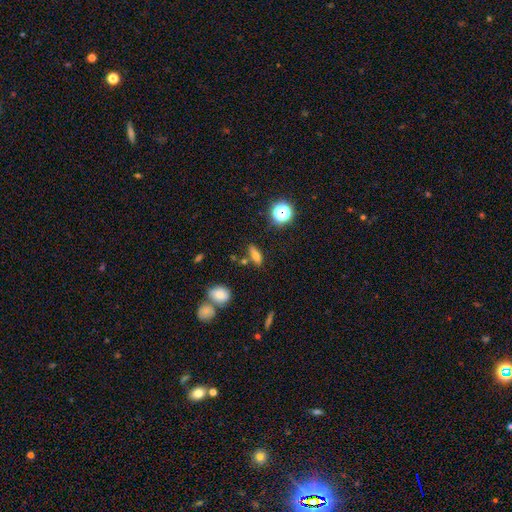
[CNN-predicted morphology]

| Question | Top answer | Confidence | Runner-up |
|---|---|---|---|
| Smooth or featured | smooth | 62% | featured or disk (22%) |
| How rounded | in between | 53% | cigar-shaped (37%) |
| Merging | none | 75% | minor disturbance (13%) |